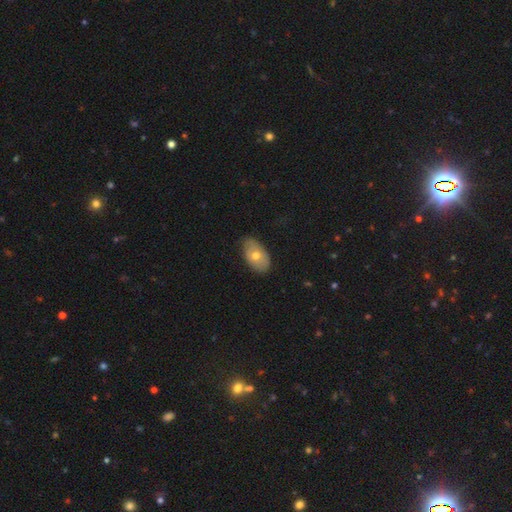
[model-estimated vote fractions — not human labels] Smooth or featured?
  - smooth: 64% *
  - featured or disk: 29%
  - star or artifact: 7%
How rounded?
  - in between: 91% *
  - round: 7%
  - cigar-shaped: 2%
Merging?
  - none: 73% *
  - minor disturbance: 22%
  - major disturbance: 4%
  - merger: 1%